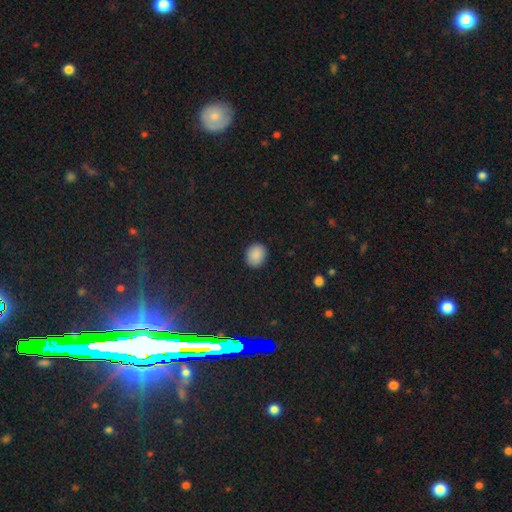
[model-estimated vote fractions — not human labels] This appears to be a smooth galaxy with no disk features (89%) that is round (66%). Merging: none (90%).